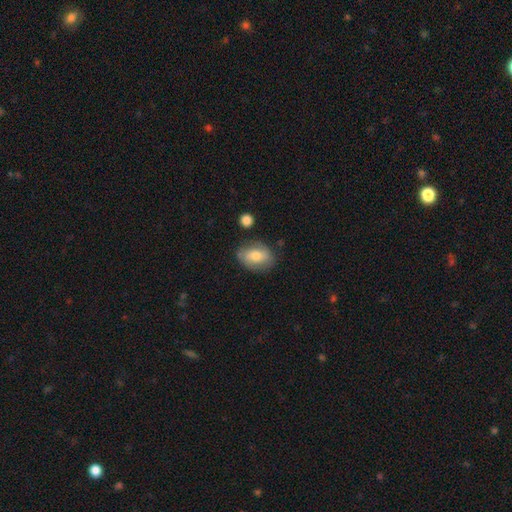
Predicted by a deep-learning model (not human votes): The model was most divided on "smooth or featured": smooth: 65%, featured or disk: 28%, star or artifact: 7%. More confident: how rounded — in between (77%); merging — none (72%).